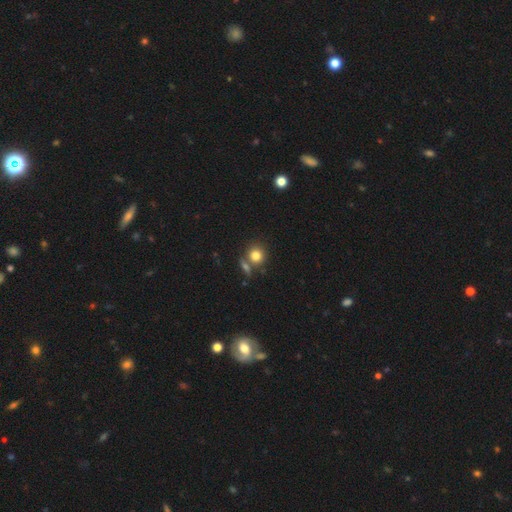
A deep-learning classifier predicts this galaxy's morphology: Q: Smooth or featured?
A: smooth (80%); runner-up: star or artifact (12%)
Q: How rounded?
A: round (86%); runner-up: in between (13%)
Q: Merging?
A: none (63%); runner-up: merger (23%)